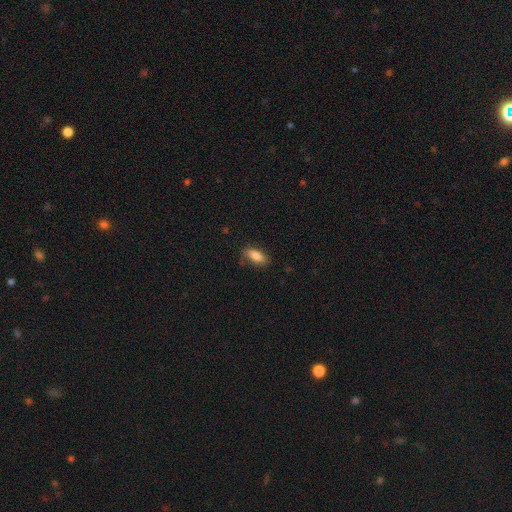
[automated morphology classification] Smooth or featured? smooth (79%)
How rounded? in between (82%)
Merging? none (73%)